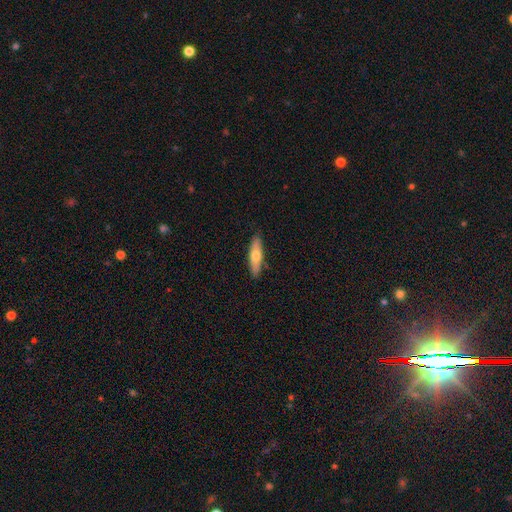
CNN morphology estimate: smooth-or-featured: smooth: 62% | featured or disk: 32% | star or artifact: 6%
  how-rounded: cigar-shaped: 63% | in between: 35% | round: 2%
  merging: none: 87% | minor disturbance: 10% | major disturbance: 2% | merger: 1%